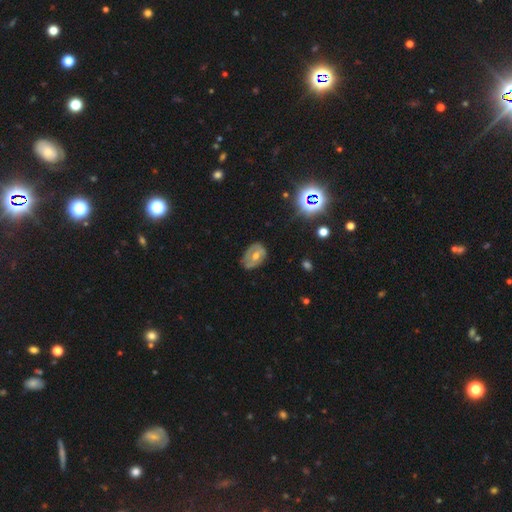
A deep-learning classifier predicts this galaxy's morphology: Overall: featured or disk (52%; smooth 34%). Edge-on disk: no (94%). Merging: none (63%; minor disturbance 27%).